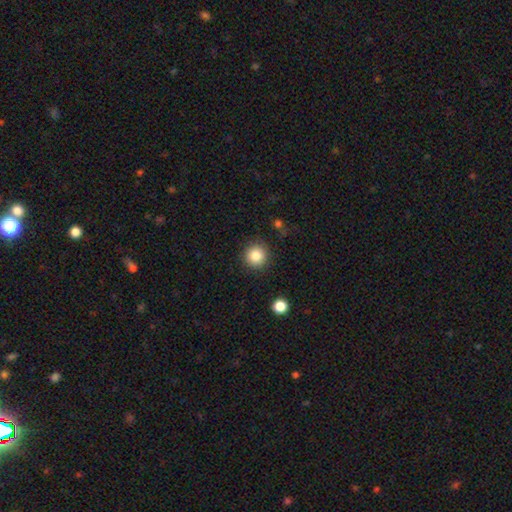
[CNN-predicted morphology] smooth 84%, star or artifact 10%, featured or disk 6%. Down the decision tree: how rounded — round (95%); merging — none (89%).